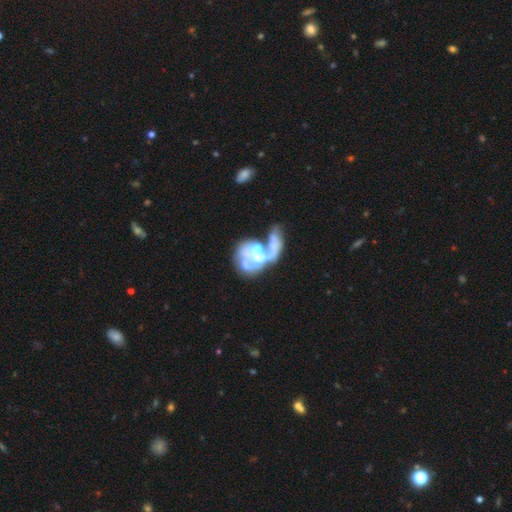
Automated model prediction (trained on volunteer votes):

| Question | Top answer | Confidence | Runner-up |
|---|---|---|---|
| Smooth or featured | featured or disk | 75% | smooth (16%) |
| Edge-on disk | no | 98% | yes (2%) |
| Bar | no | 72% | weak (21%) |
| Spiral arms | no | 53% | yes (47%) |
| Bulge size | moderate | 53% | small (16%) |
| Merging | merger | 50% | major disturbance (29%) |